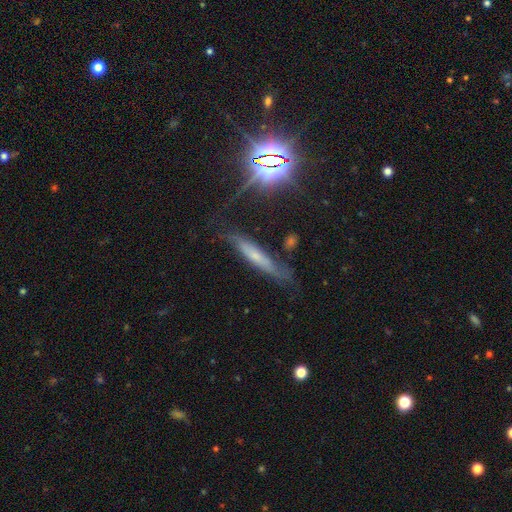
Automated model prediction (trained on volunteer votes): Q: Smooth or featured?
A: featured or disk (43%); runner-up: smooth (38%)
Q: Merging?
A: none (68%); runner-up: minor disturbance (22%)